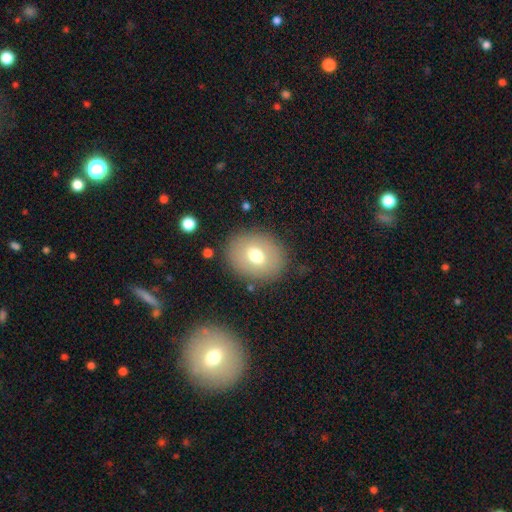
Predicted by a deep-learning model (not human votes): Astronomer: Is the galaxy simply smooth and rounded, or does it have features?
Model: smooth — 67%.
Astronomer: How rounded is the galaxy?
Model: in between — 55% (runner-up: round, 44%).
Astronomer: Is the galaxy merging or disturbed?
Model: none — 83%.